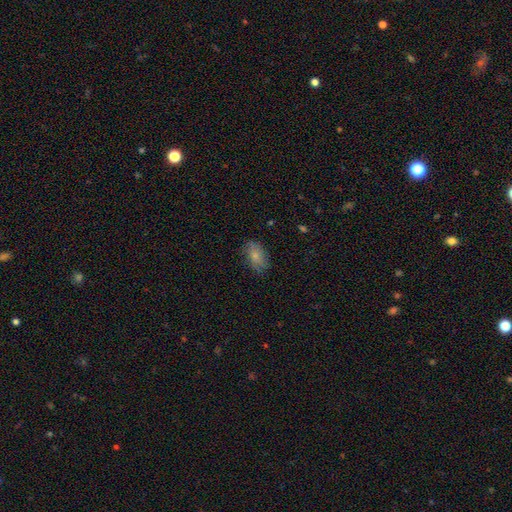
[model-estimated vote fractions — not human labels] A smooth galaxy with no disk features (73%) that is in between round and cigar-shaped (89%).

Vote fractions:
- Smooth or featured? smooth: 73% / featured or disk: 19% / star or artifact: 8%
- How rounded? in between: 89% / round: 8% / cigar-shaped: 3%
- Merging? none: 73% / minor disturbance: 21% / major disturbance: 6% / merger: 1%